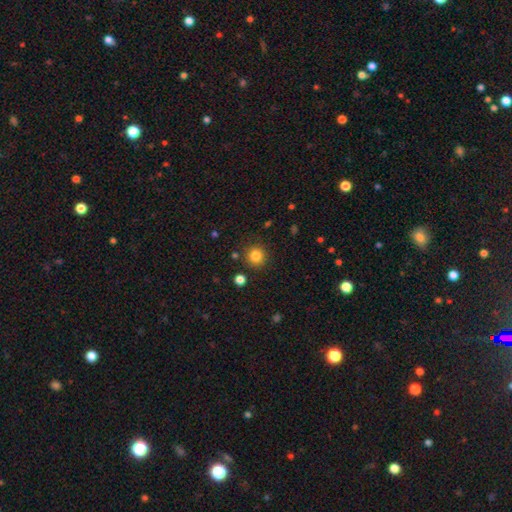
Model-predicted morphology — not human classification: Smooth or featured: smooth — 83% (star or artifact — 12%)
How rounded: round — 93% (in between — 6%)
Merging: none — 88% (minor disturbance — 7%)